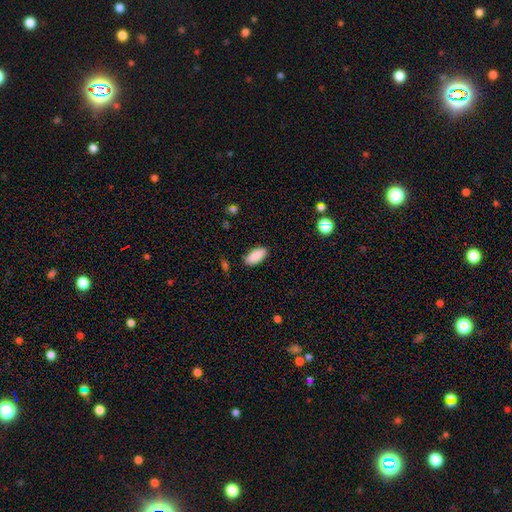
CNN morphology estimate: smooth-or-featured: smooth: 89% | star or artifact: 7% | featured or disk: 4%
  how-rounded: in between: 88% | cigar-shaped: 10% | round: 2%
  merging: none: 86% | minor disturbance: 10% | major disturbance: 2% | merger: 1%